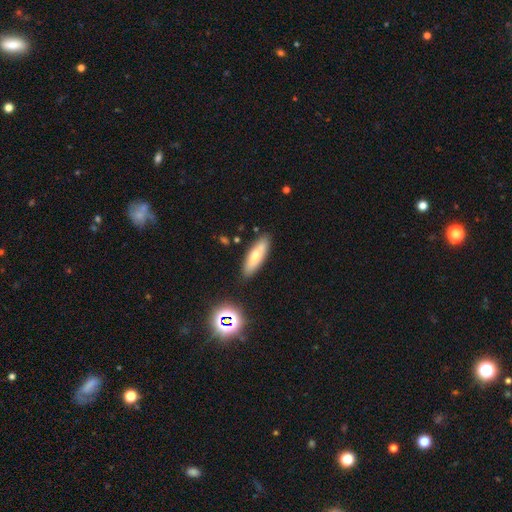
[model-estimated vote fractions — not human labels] The model was most divided on "how rounded": cigar-shaped: 55%, in between: 43%, round: 2%. More confident: merging — none (84%); smooth or featured — smooth (67%).